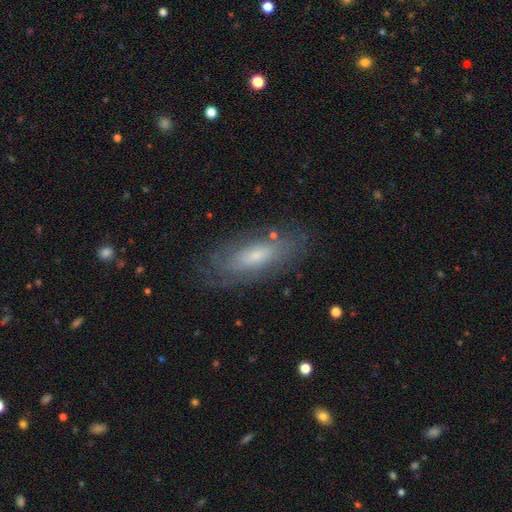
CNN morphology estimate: Smooth or featured?
  - featured or disk: 54% *
  - smooth: 37%
  - star or artifact: 9%
Edge-on disk?
  - no: 81% *
  - yes: 19%
Merging?
  - none: 75% *
  - minor disturbance: 17%
  - major disturbance: 7%
  - merger: 2%